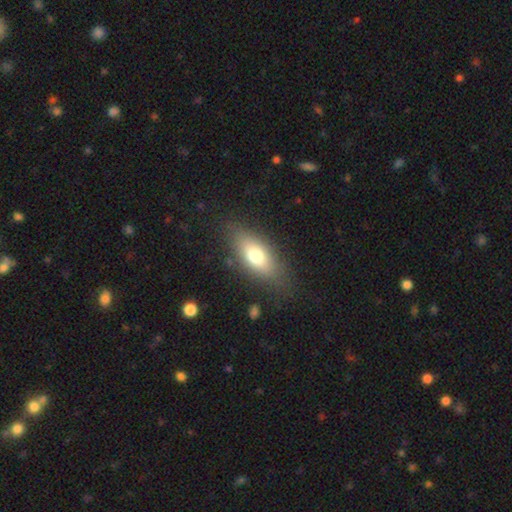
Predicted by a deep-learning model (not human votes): smooth 71%, featured or disk 21%, star or artifact 8%. Down the decision tree: how rounded — in between (79%); merging — none (76%).